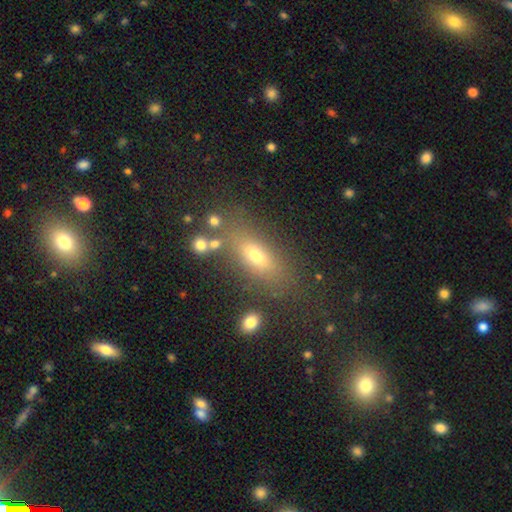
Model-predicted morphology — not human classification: smooth-or-featured: smooth: 61% | featured or disk: 20% | star or artifact: 19%
  how-rounded: in between: 67% | cigar-shaped: 24% | round: 9%
  merging: none: 75% | minor disturbance: 13% | merger: 7% | major disturbance: 6%